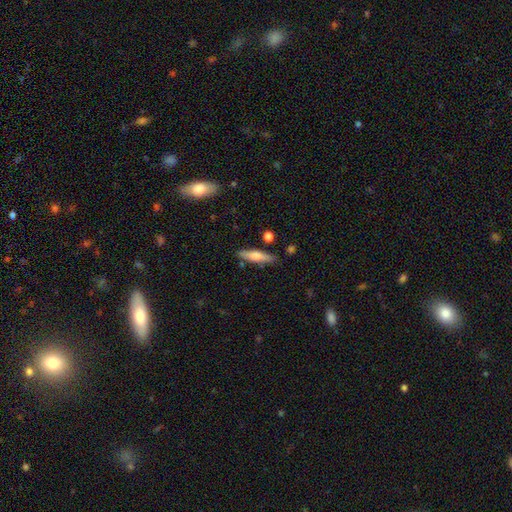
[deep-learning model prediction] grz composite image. It shows a smooth galaxy with no disk features (53%) that is cigar-shaped (77%). Merging: none (85%).